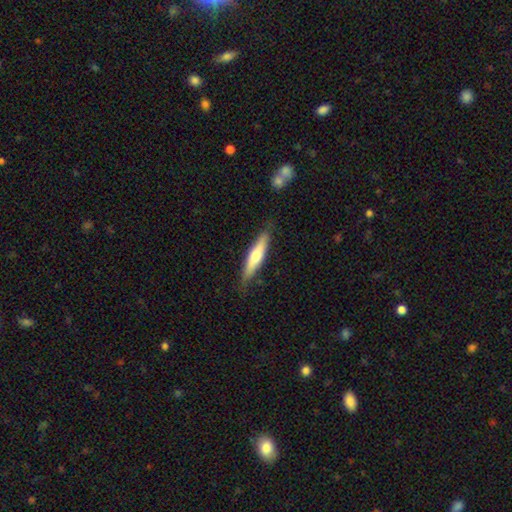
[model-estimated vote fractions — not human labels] smooth_or_featured: smooth (p=0.56) [alt: featured or disk p=0.39]
how_rounded: cigar-shaped (p=0.80) [alt: in between p=0.18]
merging: none (p=0.83) [alt: minor disturbance p=0.14]